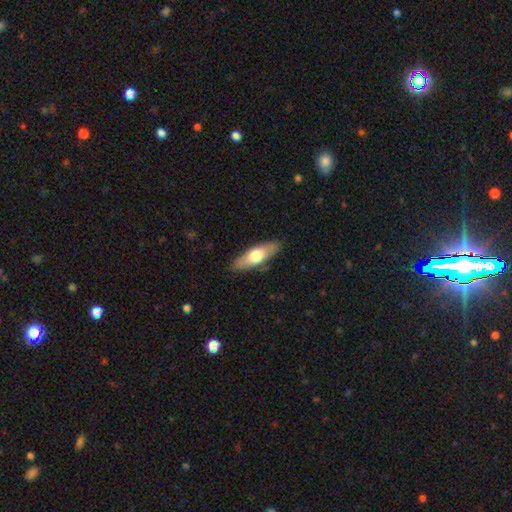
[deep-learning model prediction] Smooth or featured? Predicted: smooth (p=0.62). How rounded? Predicted: in between (p=0.55). Merging? Predicted: none (p=0.87).